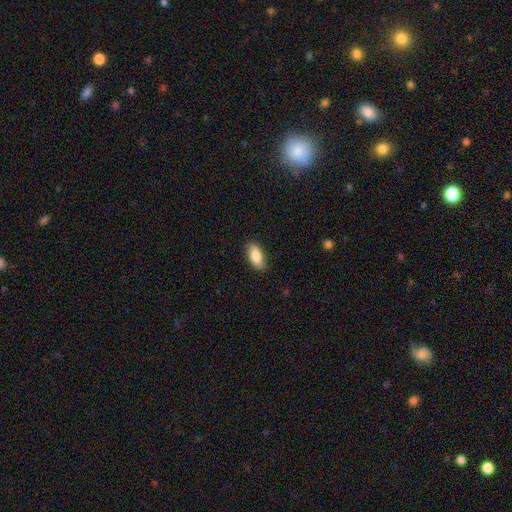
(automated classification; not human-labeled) Q: Smooth or featured?
A: smooth (81%); runner-up: featured or disk (13%)
Q: How rounded?
A: in between (86%); runner-up: cigar-shaped (11%)
Q: Merging?
A: none (85%); runner-up: minor disturbance (11%)